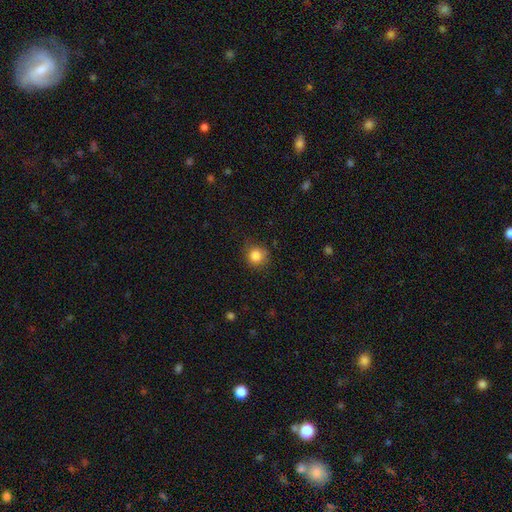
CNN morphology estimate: smooth-or-featured: smooth: 85% | star or artifact: 11% | featured or disk: 5%
  how-rounded: round: 90% | in between: 9% | cigar-shaped: 1%
  merging: none: 82% | minor disturbance: 13% | major disturbance: 4% | merger: 1%